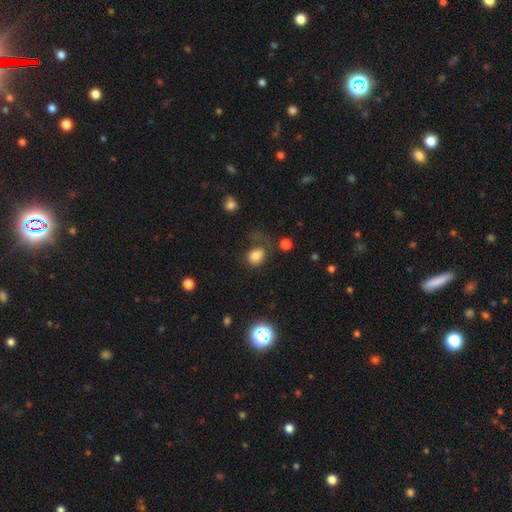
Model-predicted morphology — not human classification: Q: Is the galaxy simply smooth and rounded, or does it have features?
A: smooth — 79%.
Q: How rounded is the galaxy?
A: in between — 55%.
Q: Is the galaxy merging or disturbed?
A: none — 50%.